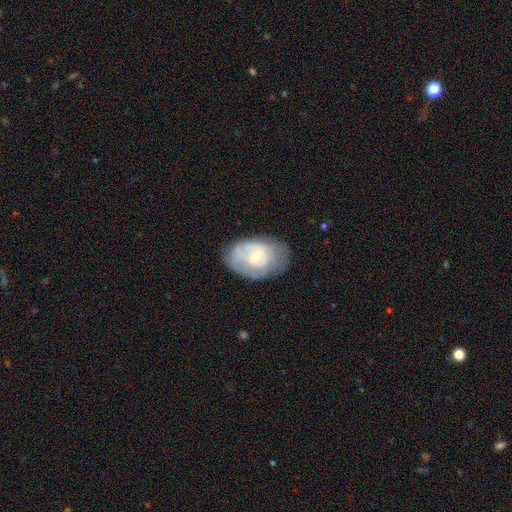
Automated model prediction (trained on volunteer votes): featured or disk 53%, smooth 40%, star or artifact 7%. Down the decision tree: edge-on disk — no (96%); bar — no (65%); spiral arms — yes (56%); bulge size — small (59%); merging — none (56%).